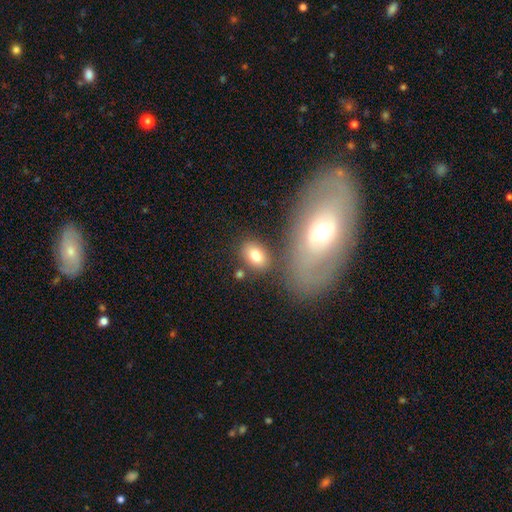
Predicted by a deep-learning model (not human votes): A smooth galaxy with no disk features (79%) that is in between round and cigar-shaped (84%).

Vote fractions:
- Smooth or featured? smooth: 79% / featured or disk: 12% / star or artifact: 9%
- How rounded? in between: 84% / round: 14% / cigar-shaped: 2%
- Merging? none: 74% / minor disturbance: 12% / merger: 10% / major disturbance: 4%